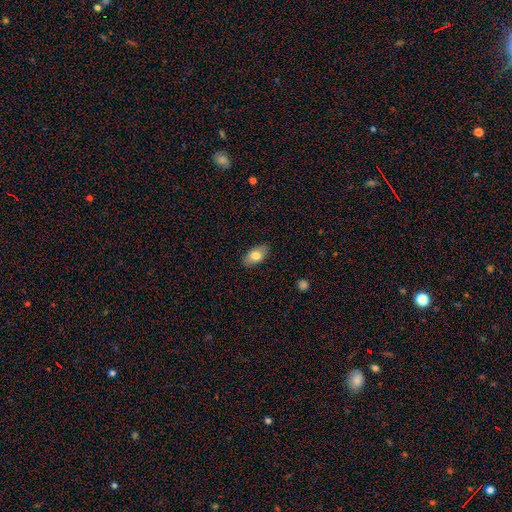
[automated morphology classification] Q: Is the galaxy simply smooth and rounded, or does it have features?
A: smooth — 77%.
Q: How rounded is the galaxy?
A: in between — 92%.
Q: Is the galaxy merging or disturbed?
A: none — 86%.